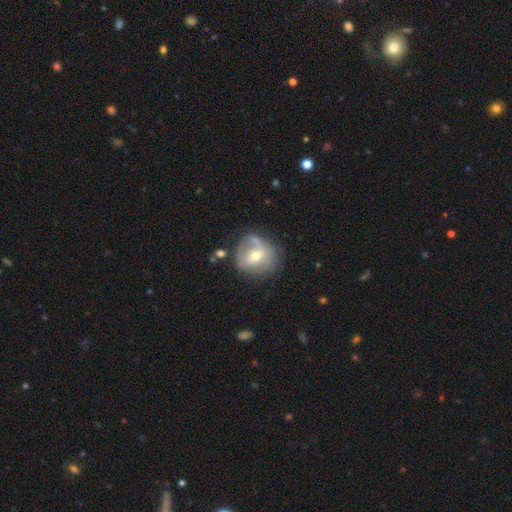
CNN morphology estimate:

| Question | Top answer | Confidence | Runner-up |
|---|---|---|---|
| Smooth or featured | featured or disk | 47% | smooth (45%) |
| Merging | none | 59% | minor disturbance (25%) |